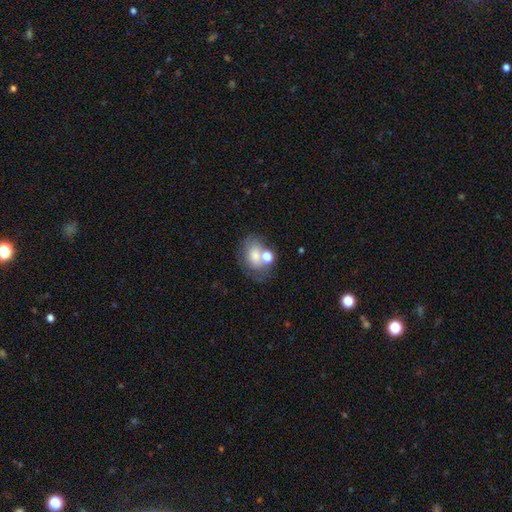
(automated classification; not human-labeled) A smooth galaxy with no disk features (69%) that is in between round and cigar-shaped (63%). Merging: none (43%).